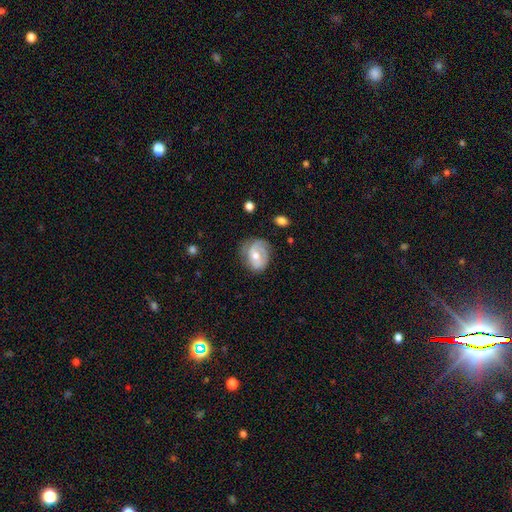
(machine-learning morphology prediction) The model was most divided on "bar": no: 53%, weak: 36%, strong: 11%. More confident: edge-on disk — no (96%); spiral arms — yes (75%); bulge size — moderate (68%); smooth or featured — featured or disk (58%); merging — none (56%).